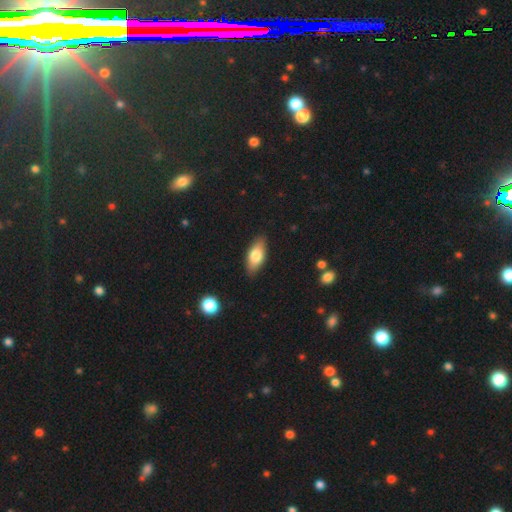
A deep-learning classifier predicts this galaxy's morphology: smooth_or_featured: smooth (p=0.74) [alt: featured or disk p=0.20]
how_rounded: in between (p=0.83) [alt: cigar-shaped p=0.14]
merging: none (p=0.86) [alt: minor disturbance p=0.11]